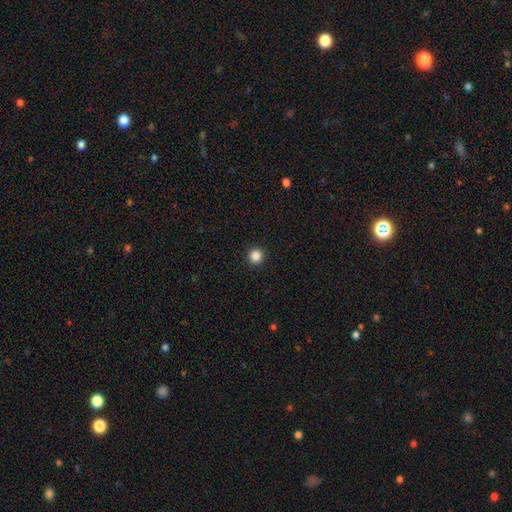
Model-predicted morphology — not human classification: This is clearly a smooth galaxy (86%). How rounded: clearly round (94%). Merging: clearly none (93%).